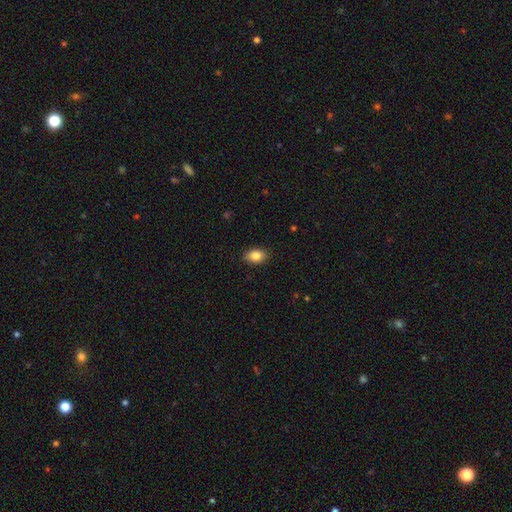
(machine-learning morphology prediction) type=smooth (85%); roundness=in between (84%); merging=none (88%).